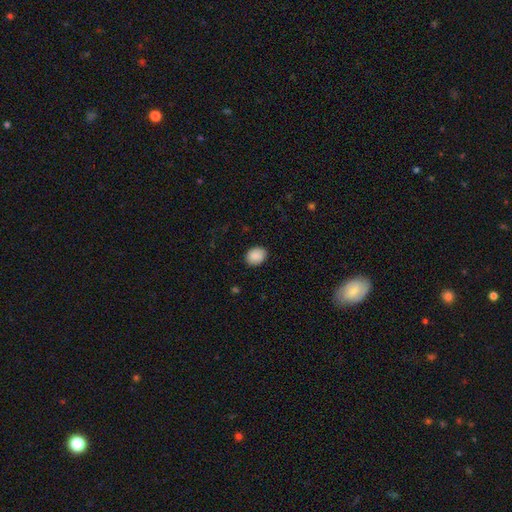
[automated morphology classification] Smooth or featured? smooth (90%)
How rounded? in between (52%)
Merging? none (88%)